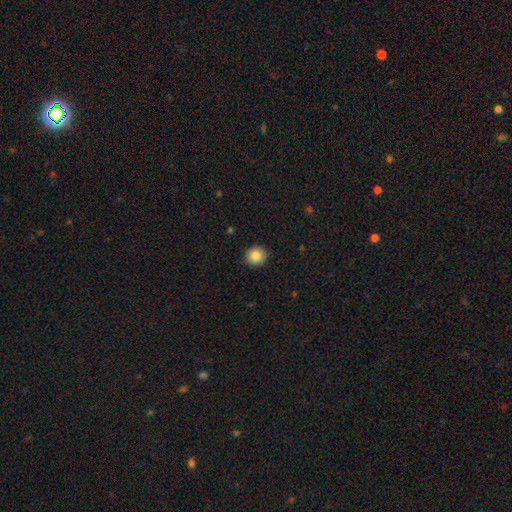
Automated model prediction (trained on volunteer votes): The model was most divided on "smooth or featured": smooth: 86%, star or artifact: 9%, featured or disk: 5%. More confident: merging — none (91%); how rounded — round (89%).